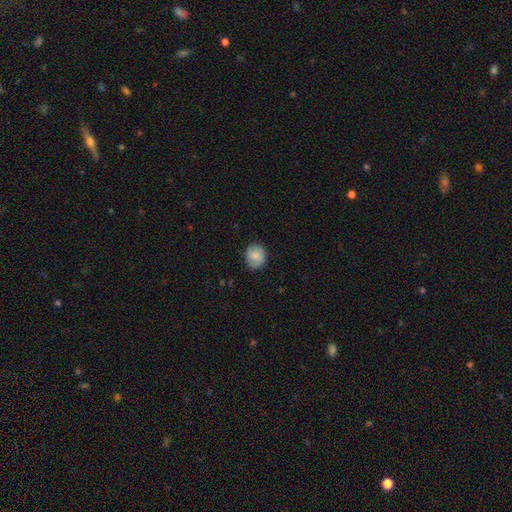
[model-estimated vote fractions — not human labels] The model was most divided on "how rounded": round: 69%, in between: 30%, cigar-shaped: 1%. More confident: merging — none (78%); smooth or featured — smooth (73%).